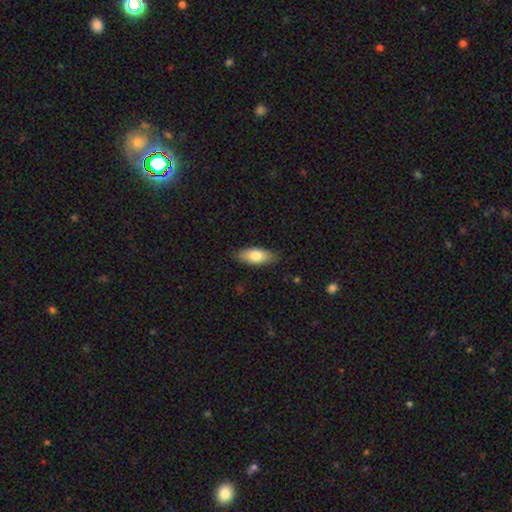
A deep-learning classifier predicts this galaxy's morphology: Q: Smooth or featured?
A: smooth (78%); runner-up: featured or disk (15%)
Q: How rounded?
A: in between (81%); runner-up: cigar-shaped (17%)
Q: Merging?
A: none (85%); runner-up: minor disturbance (12%)